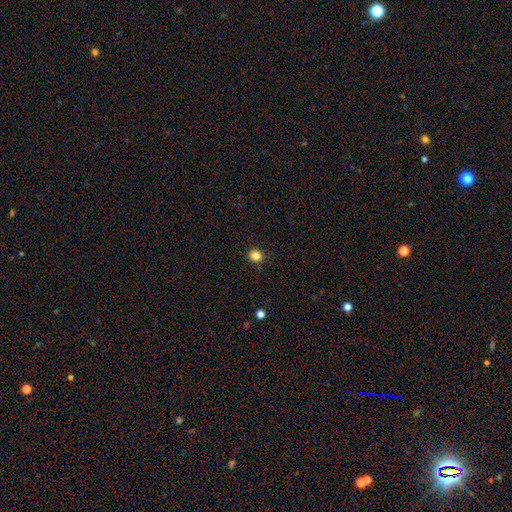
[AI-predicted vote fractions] A smooth galaxy with no disk features (84%) that is round (85%). Merging: none (91%).